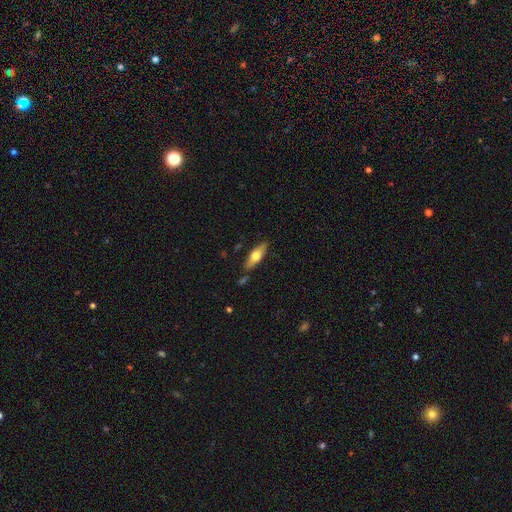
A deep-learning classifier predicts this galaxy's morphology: This appears to be a smooth galaxy with no disk features (54%) that is in between round and cigar-shaped (51%). Merging: none (80%).